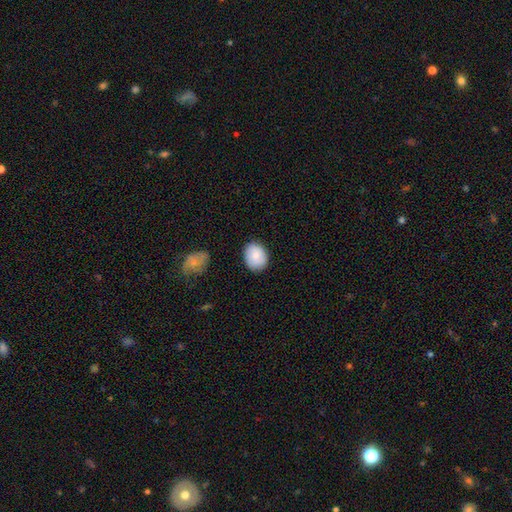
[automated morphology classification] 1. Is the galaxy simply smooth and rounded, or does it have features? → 84% smooth, 9% featured or disk, 7% star or artifact.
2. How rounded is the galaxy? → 54% in between, 46% round, 1% cigar-shaped.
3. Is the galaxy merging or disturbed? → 83% none, 13% minor disturbance, 3% major disturbance, 2% merger.